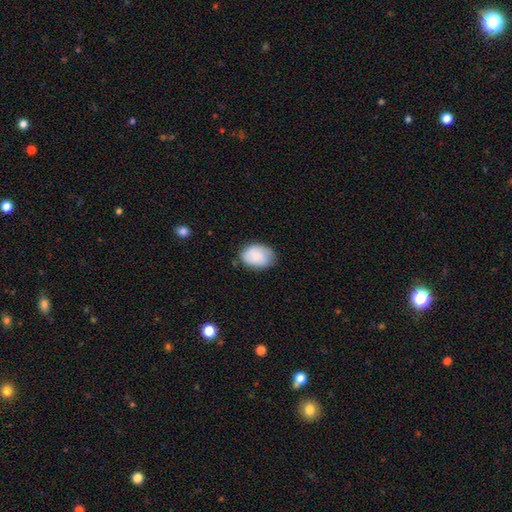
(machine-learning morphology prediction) This appears to be a smooth galaxy with no disk features (77%) that is in between round and cigar-shaped (79%). Merging: none (71%).